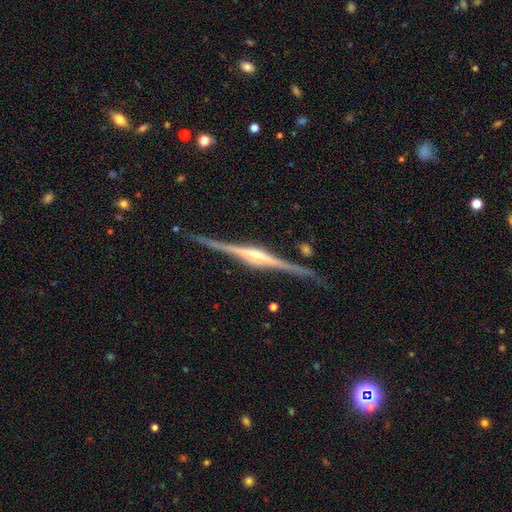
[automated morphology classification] type=featured or disk (90%); edge-on=yes (98%); edge-on bulge=rounded (81%); merging=none (84%).